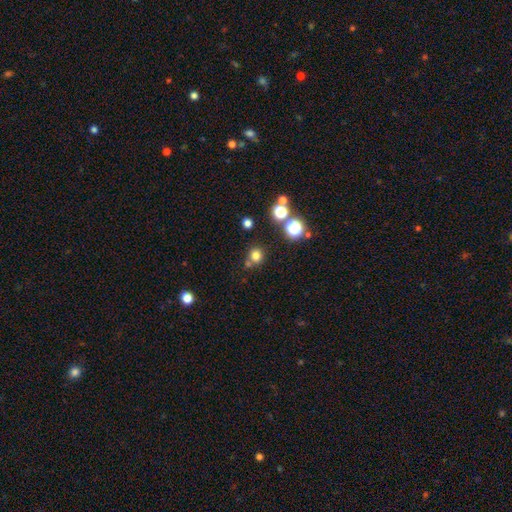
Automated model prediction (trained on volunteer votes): Smooth or featured? Predicted: smooth (p=0.75). How rounded? Predicted: round (p=0.90). Merging? Predicted: none (p=0.74).